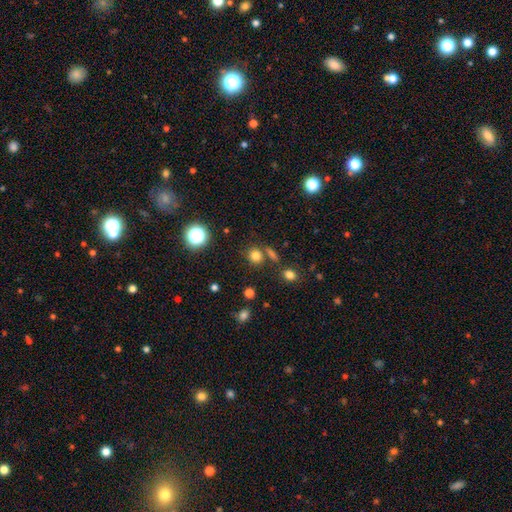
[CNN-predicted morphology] This appears to be a smooth galaxy with no disk features (77%) that is round (84%). Merging: none (75%).